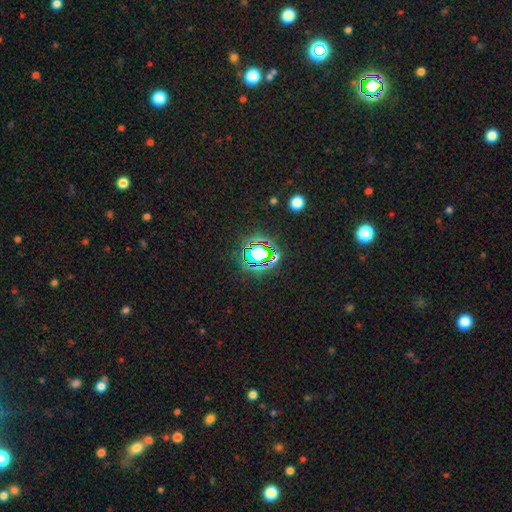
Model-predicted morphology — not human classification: Q: Smooth or featured?
A: star or artifact (68%); runner-up: smooth (20%)